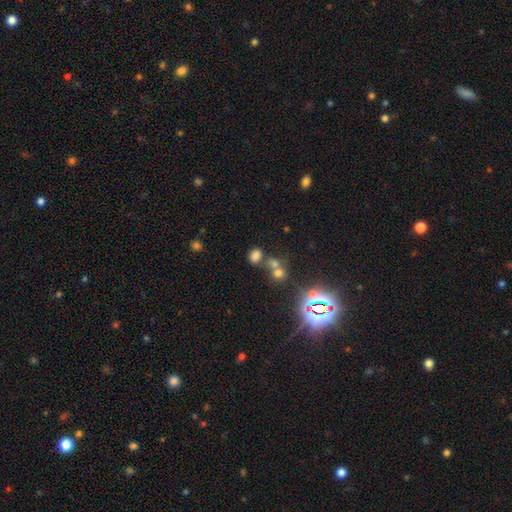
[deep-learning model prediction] This appears to be a smooth galaxy with no disk features (66%) that is in between round and cigar-shaped (61%). Merging: none (51%).